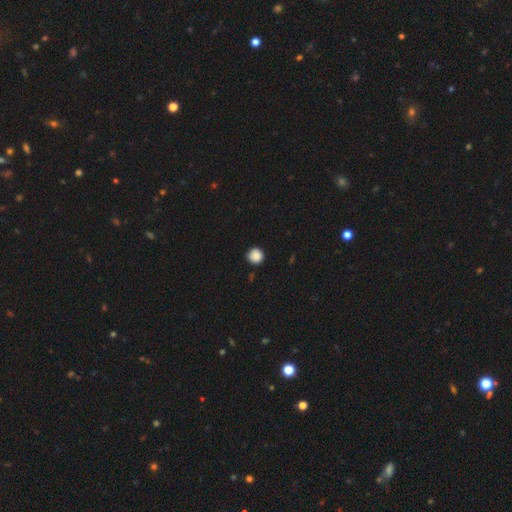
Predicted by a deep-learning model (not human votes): smooth_or_featured: smooth (p=0.87) [alt: star or artifact p=0.09]
how_rounded: round (p=0.94) [alt: in between p=0.05]
merging: none (p=0.87) [alt: minor disturbance p=0.10]